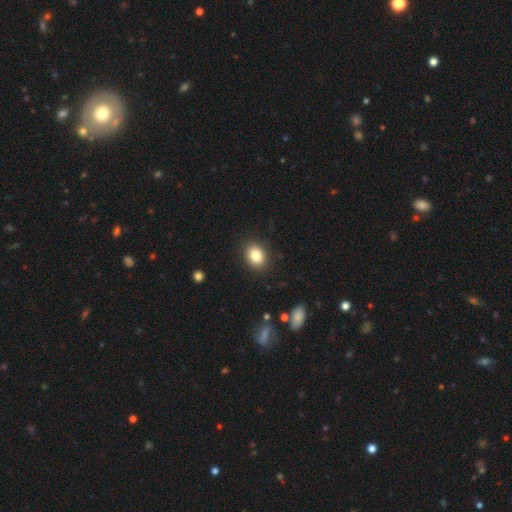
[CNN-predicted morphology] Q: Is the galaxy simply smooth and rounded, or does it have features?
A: smooth — 84%.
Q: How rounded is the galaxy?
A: in between — 62%.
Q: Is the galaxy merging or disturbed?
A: none — 88%.